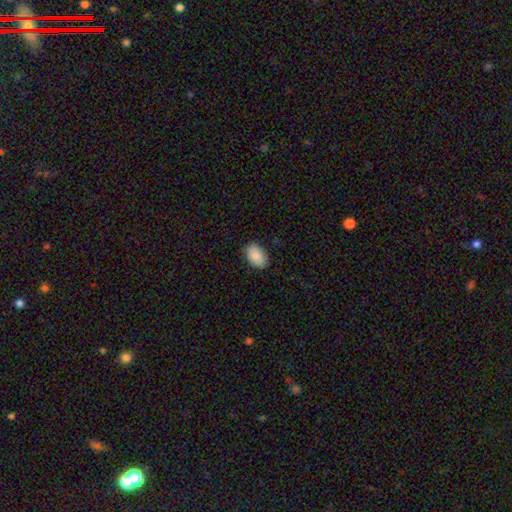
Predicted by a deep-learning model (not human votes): A smooth galaxy with no disk features (86%) that is in between round and cigar-shaped (90%). Merging: none (86%).